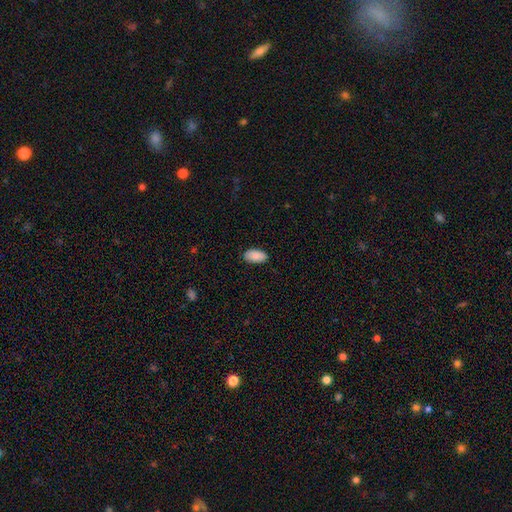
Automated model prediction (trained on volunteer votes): smooth_or_featured: smooth (p=0.88) [alt: star or artifact p=0.06]
how_rounded: in between (p=0.95) [alt: round p=0.03]
merging: none (p=0.87) [alt: minor disturbance p=0.10]